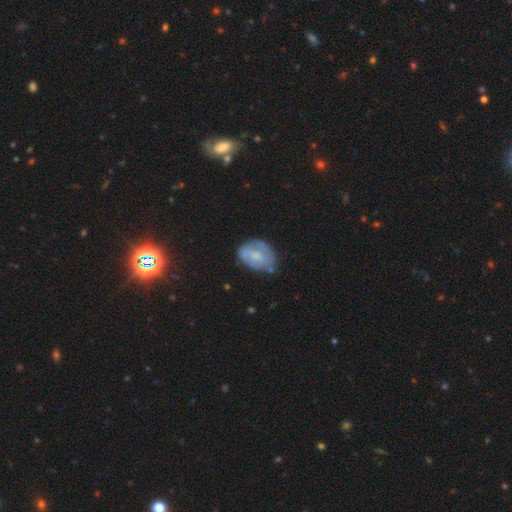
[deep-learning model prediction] A smooth galaxy with no disk features (48%).

Vote fractions:
- Smooth or featured? smooth: 48% / featured or disk: 44% / star or artifact: 8%
- Merging? none: 61% / minor disturbance: 26% / major disturbance: 9% / merger: 4%